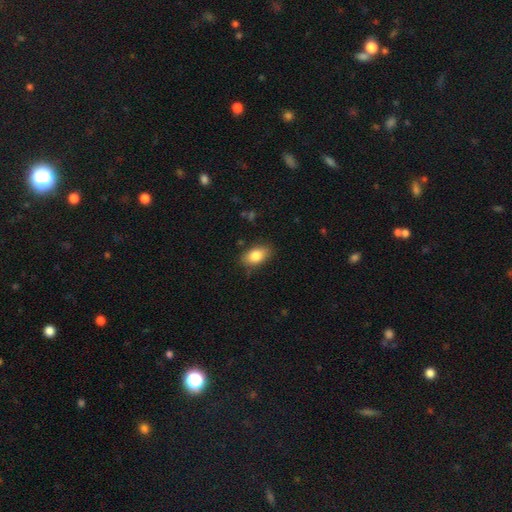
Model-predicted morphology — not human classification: smooth-or-featured: smooth: 83% | featured or disk: 9% | star or artifact: 7%
  how-rounded: in between: 90% | round: 8% | cigar-shaped: 2%
  merging: none: 83% | minor disturbance: 13% | major disturbance: 3% | merger: 1%